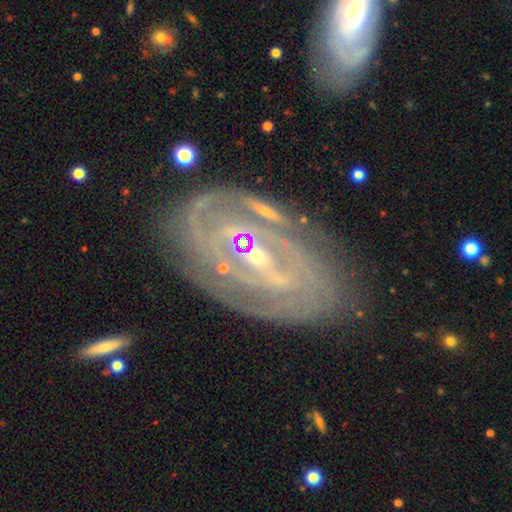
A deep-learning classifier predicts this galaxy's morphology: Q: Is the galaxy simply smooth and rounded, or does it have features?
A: featured or disk — 86%.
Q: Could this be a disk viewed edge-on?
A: no — 95%.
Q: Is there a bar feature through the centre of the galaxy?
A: weak — 37%.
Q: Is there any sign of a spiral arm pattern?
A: yes — 90%.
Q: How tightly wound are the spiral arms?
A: tight — 70%.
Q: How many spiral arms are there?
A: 2 — 36%.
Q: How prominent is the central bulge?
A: small — 76%.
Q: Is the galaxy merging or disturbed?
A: none — 74%.